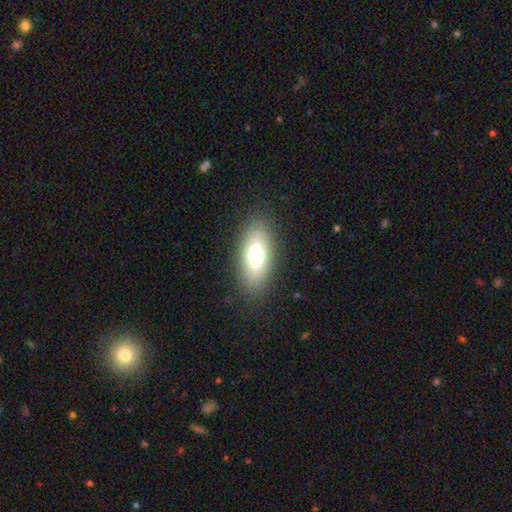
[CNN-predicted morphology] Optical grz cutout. It shows a smooth galaxy with no disk features (71%) that is in between round and cigar-shaped (80%). Merging: none (87%).